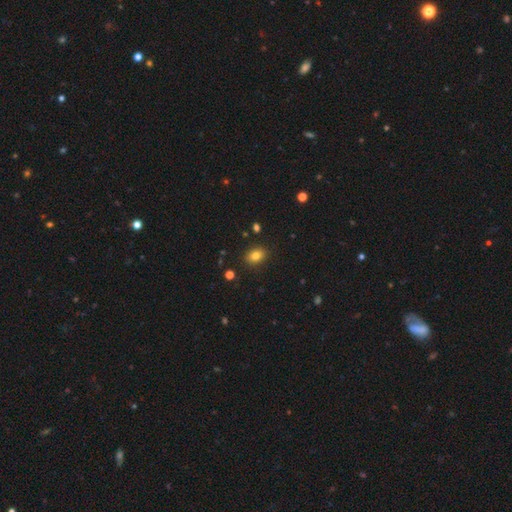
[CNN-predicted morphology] This appears to be a smooth galaxy with no disk features (82%) that is in between round and cigar-shaped (72%). Merging: none (88%).